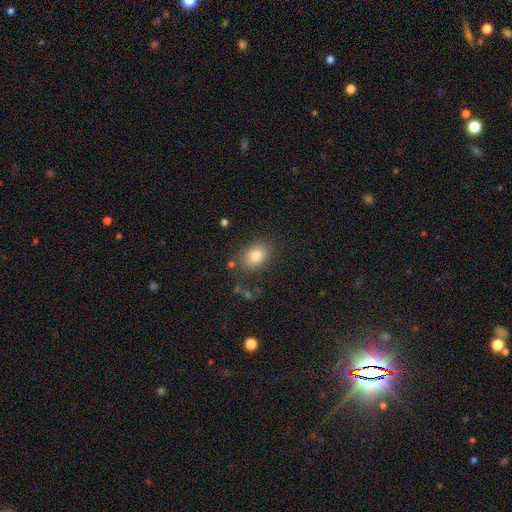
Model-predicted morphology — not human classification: This is clearly a smooth galaxy (81%). How rounded: likely in between (73%). Merging: likely none (79%).